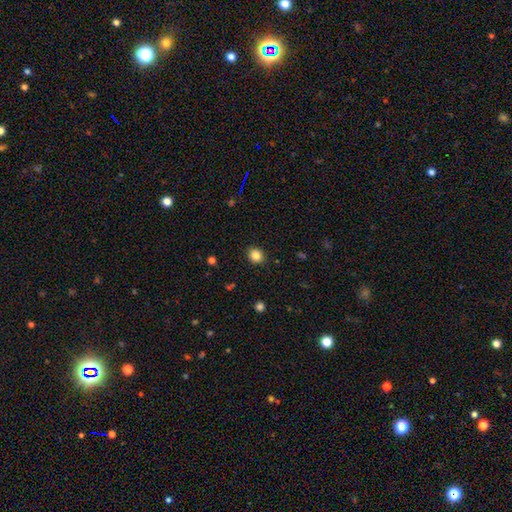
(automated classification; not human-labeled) smooth-or-featured: smooth: 84% | star or artifact: 11% | featured or disk: 5%
  how-rounded: round: 75% | in between: 24% | cigar-shaped: 1%
  merging: none: 89% | minor disturbance: 7% | major disturbance: 2% | merger: 1%